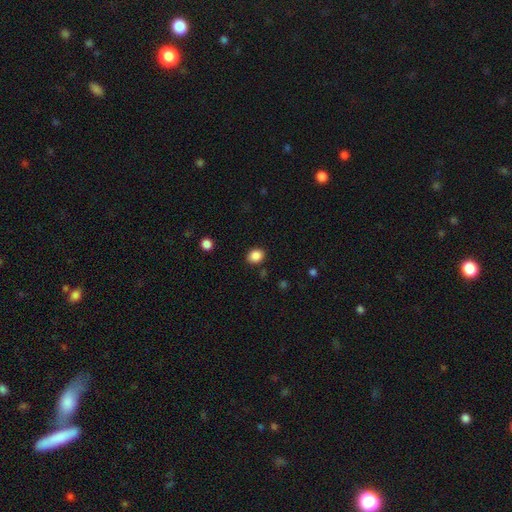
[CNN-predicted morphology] This appears to be a smooth galaxy with no disk features (87%) that is round (58%). Merging: none (88%).